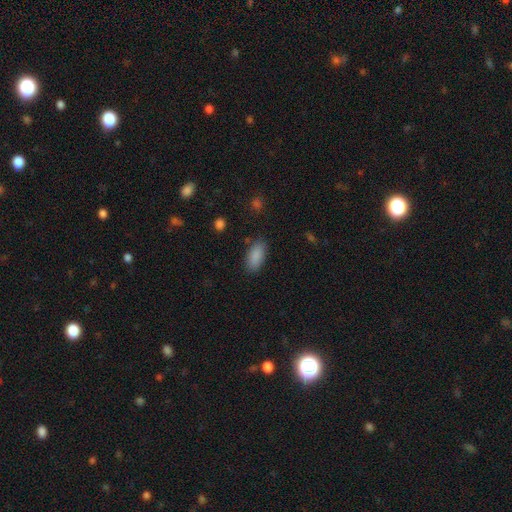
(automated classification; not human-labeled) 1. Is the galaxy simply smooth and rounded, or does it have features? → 89% smooth, 7% star or artifact, 4% featured or disk.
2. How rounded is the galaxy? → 90% in between, 7% cigar-shaped, 3% round.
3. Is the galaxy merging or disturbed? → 84% none, 11% minor disturbance, 3% major disturbance, 2% merger.